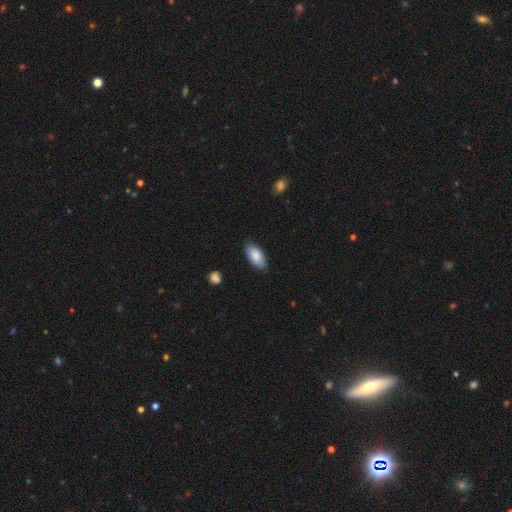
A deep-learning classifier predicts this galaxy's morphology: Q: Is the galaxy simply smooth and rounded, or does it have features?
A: smooth — 85%.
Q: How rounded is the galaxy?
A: in between — 93%.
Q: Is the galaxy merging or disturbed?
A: none — 83%.